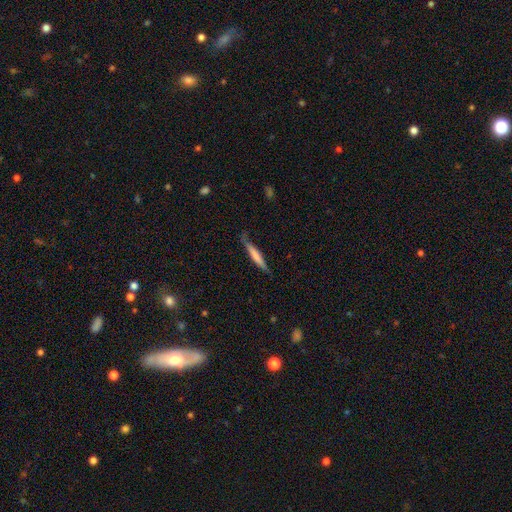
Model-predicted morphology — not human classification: smooth_or_featured: smooth (p=0.61) [alt: featured or disk p=0.34]
how_rounded: cigar-shaped (p=0.93) [alt: in between p=0.06]
merging: none (p=0.72) [alt: minor disturbance p=0.21]